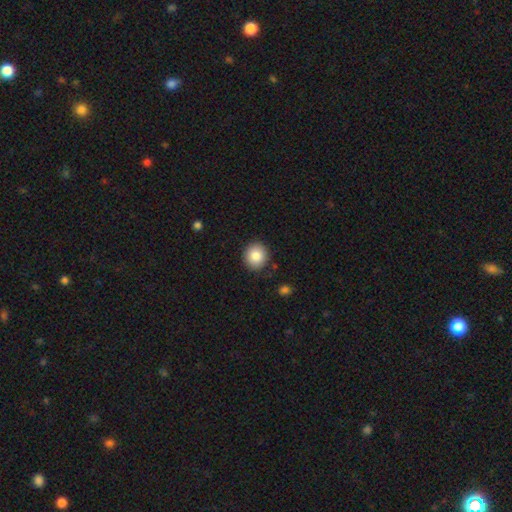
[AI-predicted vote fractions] A smooth galaxy with no disk features (86%) that is round (87%).

Vote fractions:
- Smooth or featured? smooth: 86% / star or artifact: 8% / featured or disk: 6%
- How rounded? round: 87% / in between: 12% / cigar-shaped: 1%
- Merging? none: 88% / minor disturbance: 8% / major disturbance: 2% / merger: 1%